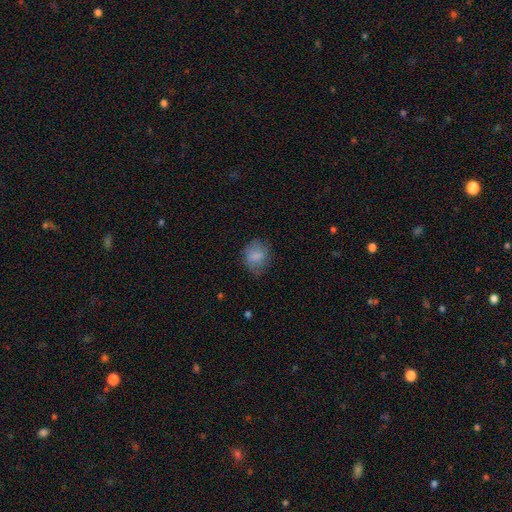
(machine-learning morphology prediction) This appears to be a smooth galaxy with no disk features (78%) that is round (59%). Merging: none (67%).